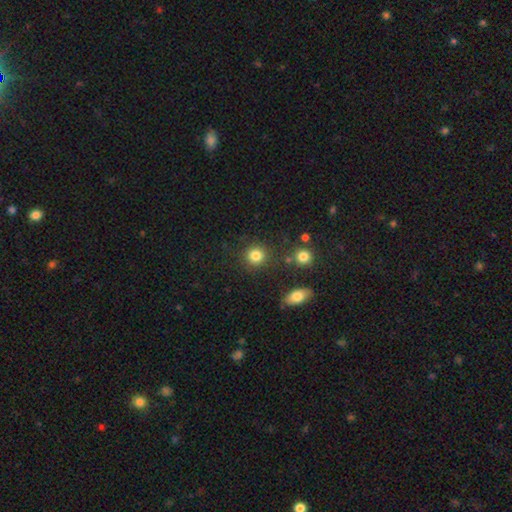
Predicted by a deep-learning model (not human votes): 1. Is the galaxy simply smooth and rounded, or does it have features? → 84% smooth, 11% star or artifact, 5% featured or disk.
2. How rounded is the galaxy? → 89% round, 10% in between, 1% cigar-shaped.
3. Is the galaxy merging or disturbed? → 85% none, 8% minor disturbance, 4% merger, 3% major disturbance.